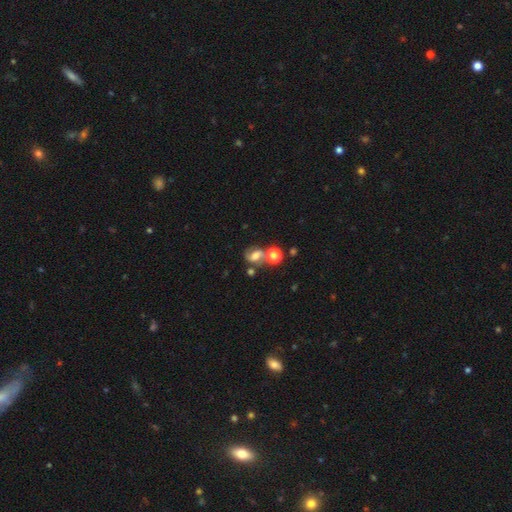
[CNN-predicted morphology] A featured or disk galaxy (46%).

Vote fractions:
- Smooth or featured? featured or disk: 46% / smooth: 38% / star or artifact: 15%
- Merging? none: 50% / merger: 26% / minor disturbance: 16% / major disturbance: 9%